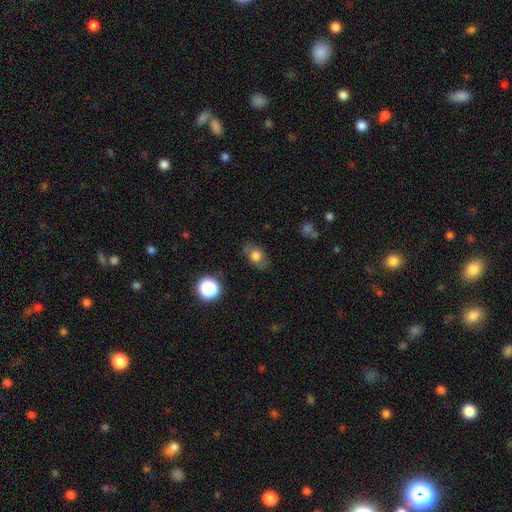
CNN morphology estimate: type=smooth (69%); roundness=in between (75%); merging=none (77%).